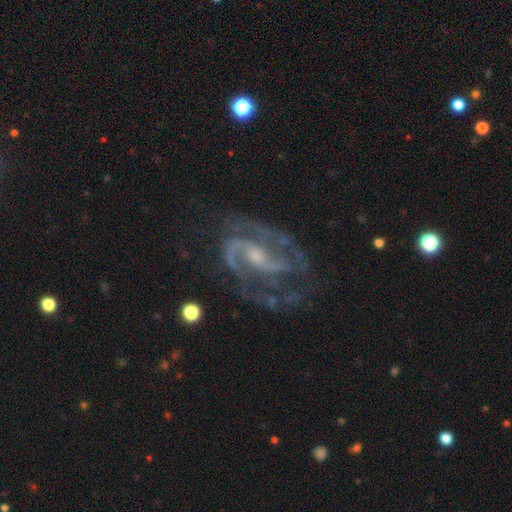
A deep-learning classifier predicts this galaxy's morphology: Smooth or featured?
  - featured or disk: 91% *
  - star or artifact: 5%
  - smooth: 4%
Edge-on disk?
  - no: 98% *
  - yes: 2%
Bar?
  - weak: 50% *
  - no: 30%
  - strong: 20%
Spiral arms?
  - yes: 97% *
  - no: 3%
Spiral winding?
  - medium: 58% *
  - tight: 28%
  - loose: 15%
Spiral arm count?
  - 2: 82% *
  - 3: 6%
  - can't tell: 5%
  - 1: 3%
  - 4: 2%
  - more than 4: 2%
Bulge size?
  - small: 54% *
  - moderate: 35%
  - none: 8%
  - large: 2%
  - dominant: 1%
Merging?
  - none: 62% *
  - minor disturbance: 20%
  - major disturbance: 16%
  - merger: 3%